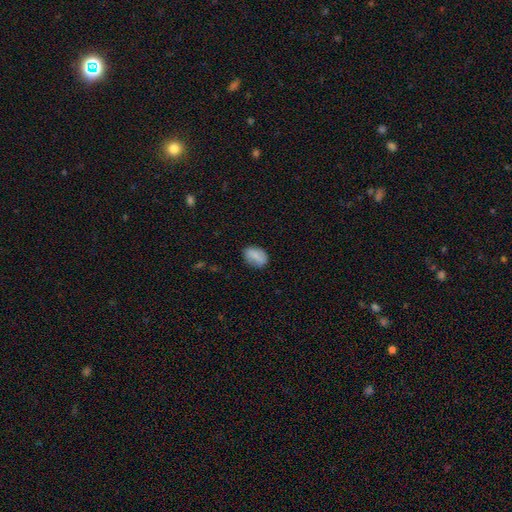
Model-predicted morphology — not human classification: smooth 80%, featured or disk 13%, star or artifact 8%. Down the decision tree: how rounded — in between (85%); merging — none (75%).